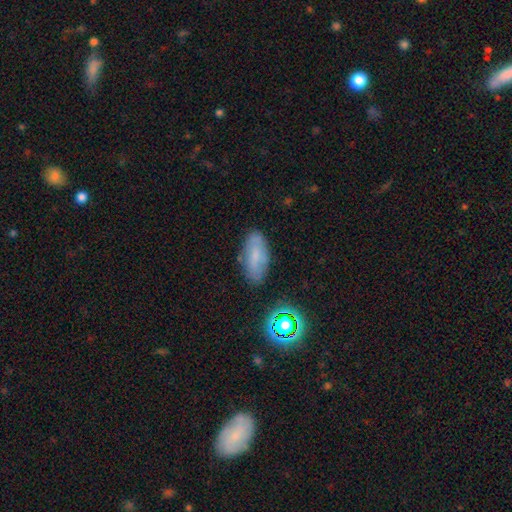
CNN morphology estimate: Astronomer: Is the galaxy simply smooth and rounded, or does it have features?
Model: smooth — 63%.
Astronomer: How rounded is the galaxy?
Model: in between — 83%.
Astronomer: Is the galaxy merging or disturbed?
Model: none — 77%.